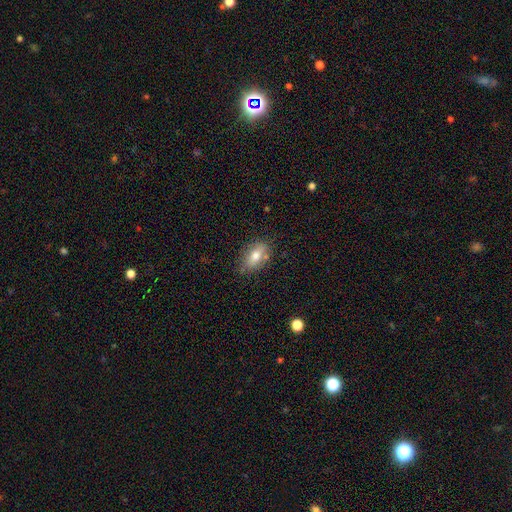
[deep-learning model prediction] Q: Smooth or featured?
A: smooth (63%); runner-up: featured or disk (29%)
Q: How rounded?
A: in between (80%); runner-up: cigar-shaped (10%)
Q: Merging?
A: none (77%); runner-up: minor disturbance (16%)